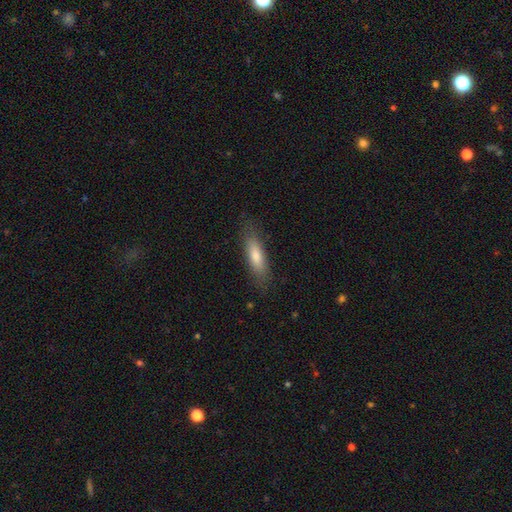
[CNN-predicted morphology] smooth_or_featured: smooth (p=0.74) [alt: featured or disk p=0.19]
how_rounded: cigar-shaped (p=0.61) [alt: in between p=0.38]
merging: none (p=0.83) [alt: minor disturbance p=0.13]